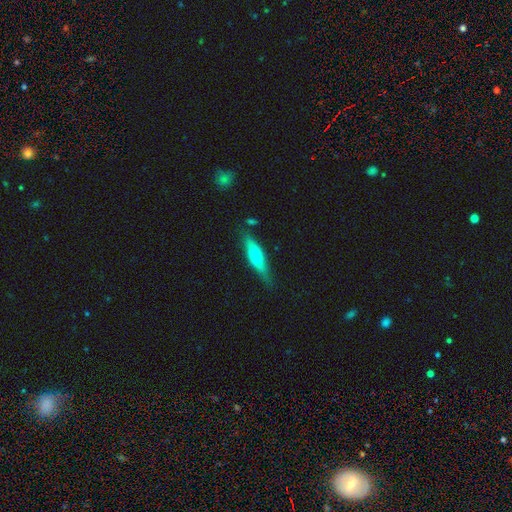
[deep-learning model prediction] Q: Smooth or featured?
A: smooth (51%); runner-up: featured or disk (43%)
Q: How rounded?
A: cigar-shaped (68%); runner-up: in between (30%)
Q: Merging?
A: none (75%); runner-up: minor disturbance (18%)